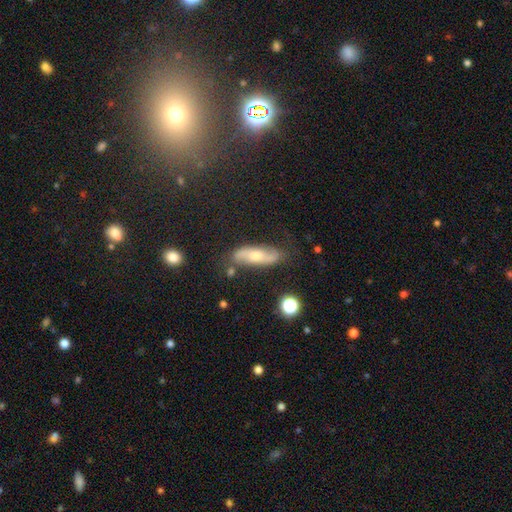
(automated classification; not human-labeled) A featured or disk galaxy (60%).

Vote fractions:
- Smooth or featured? featured or disk: 60% / smooth: 31% / star or artifact: 9%
- Edge-on disk? no: 75% / yes: 25%
- Merging? none: 71% / minor disturbance: 18% / major disturbance: 6% / merger: 4%